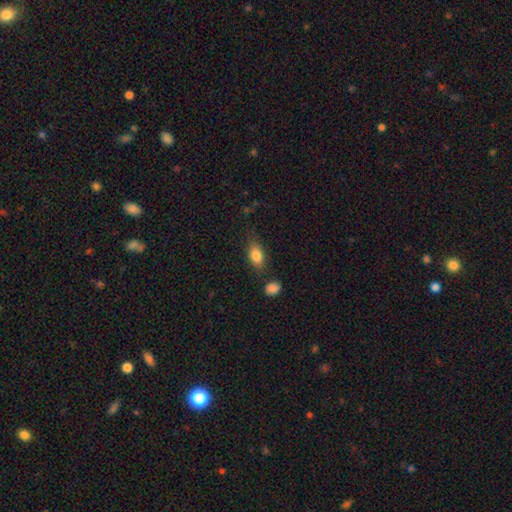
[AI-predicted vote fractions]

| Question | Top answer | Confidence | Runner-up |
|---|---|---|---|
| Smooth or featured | smooth | 81% | featured or disk (10%) |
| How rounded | in between | 82% | round (11%) |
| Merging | none | 70% | minor disturbance (19%) |